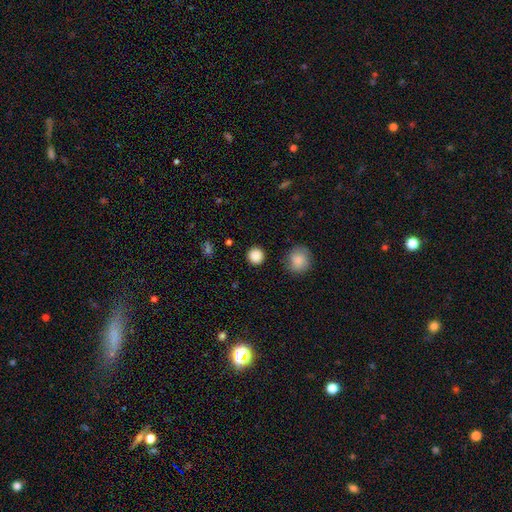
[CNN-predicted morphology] Q: Smooth or featured?
A: smooth (86%); runner-up: star or artifact (10%)
Q: How rounded?
A: round (94%); runner-up: in between (5%)
Q: Merging?
A: none (89%); runner-up: minor disturbance (7%)